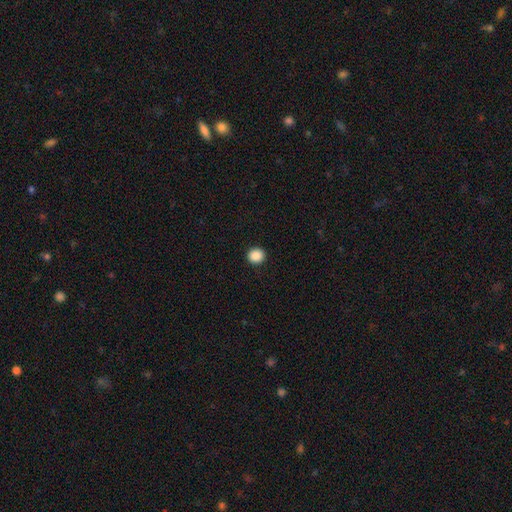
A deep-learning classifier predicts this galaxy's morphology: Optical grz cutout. It shows a smooth galaxy with no disk features (89%) that is round (89%). Merging: none (93%).